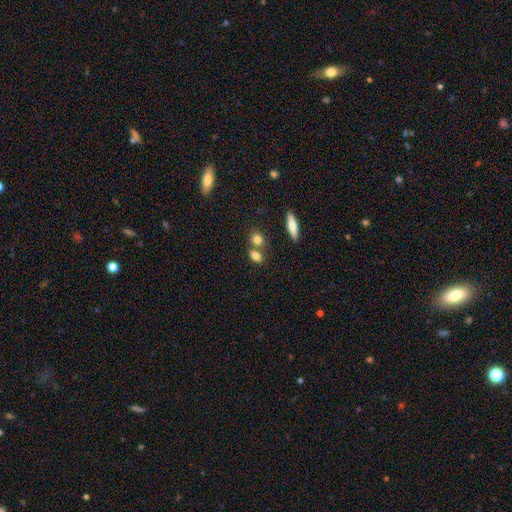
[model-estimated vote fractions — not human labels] The model was most divided on "merging": none: 49%, merger: 37%, minor disturbance: 11%, major disturbance: 4%. More confident: smooth or featured — smooth (80%); how rounded — in between (67%).